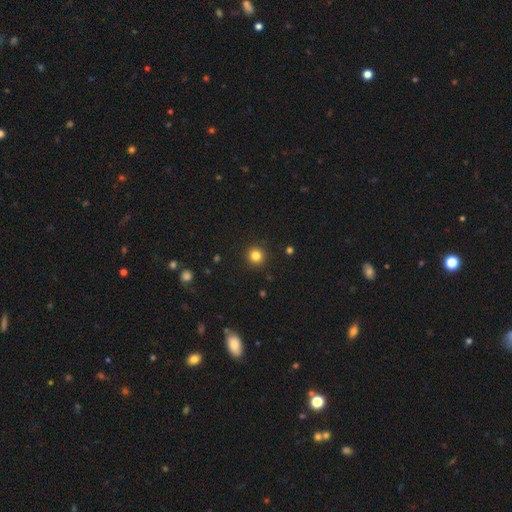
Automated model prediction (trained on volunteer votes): Smooth or featured: smooth — 83% (star or artifact — 12%)
How rounded: round — 94% (in between — 5%)
Merging: none — 92% (minor disturbance — 5%)